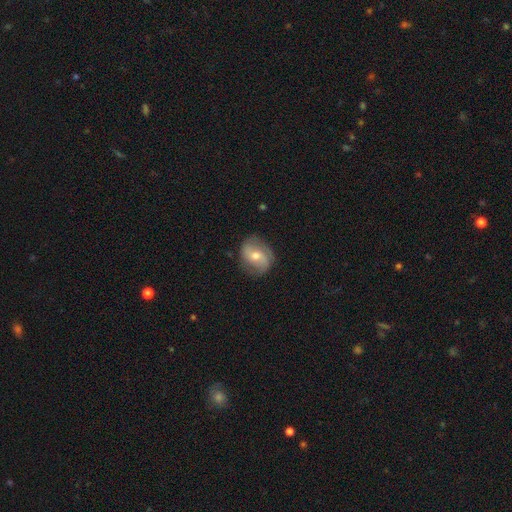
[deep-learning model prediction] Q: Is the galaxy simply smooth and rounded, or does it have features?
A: featured or disk — 61%.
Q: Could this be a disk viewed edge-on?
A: no — 96%.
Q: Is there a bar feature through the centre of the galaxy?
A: no — 43%.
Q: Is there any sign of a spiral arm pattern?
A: yes — 86%.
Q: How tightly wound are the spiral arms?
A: loose — 44%.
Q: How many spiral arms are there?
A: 2 — 84%.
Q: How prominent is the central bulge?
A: moderate — 63%.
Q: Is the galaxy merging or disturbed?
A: none — 77%.